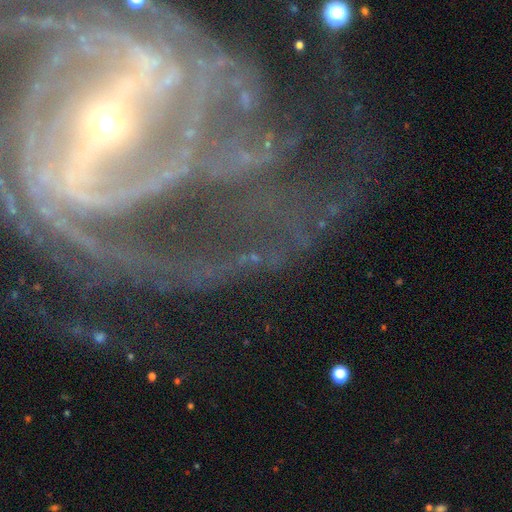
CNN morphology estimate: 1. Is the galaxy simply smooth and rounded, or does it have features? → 87% featured or disk, 9% star or artifact, 4% smooth.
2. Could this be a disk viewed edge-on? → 96% no, 4% yes.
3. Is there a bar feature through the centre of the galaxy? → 65% strong, 21% weak, 14% no.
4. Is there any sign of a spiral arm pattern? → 95% yes, 5% no.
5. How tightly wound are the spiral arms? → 48% tight, 38% medium, 14% loose.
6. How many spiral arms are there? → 30% 2, 21% can't tell, 16% 3, 13% 4, 10% more than 4, 9% 1.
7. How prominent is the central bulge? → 78% small, 16% moderate, 2% large, 2% none, 1% dominant.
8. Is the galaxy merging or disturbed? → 57% none, 25% major disturbance, 15% minor disturbance, 3% merger.